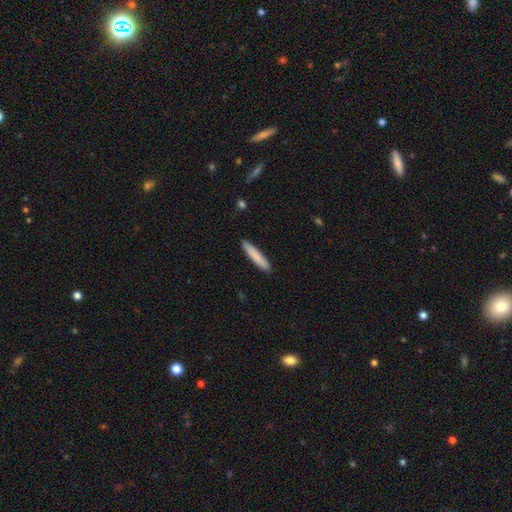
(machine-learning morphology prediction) smooth 83%, featured or disk 12%, star or artifact 6%. Down the decision tree: how rounded — cigar-shaped (92%); merging — none (90%).